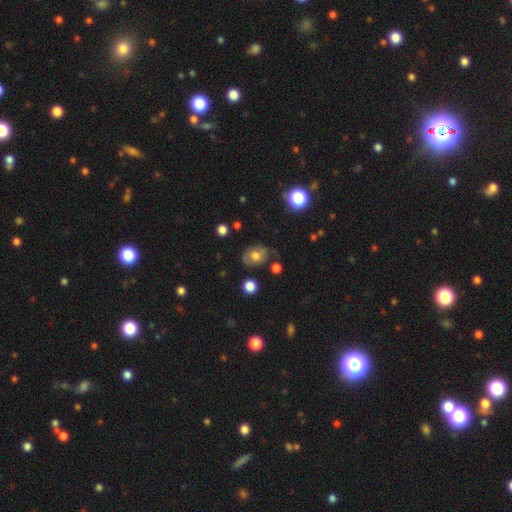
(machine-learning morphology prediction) Q: Smooth or featured?
A: smooth (60%); runner-up: featured or disk (30%)
Q: How rounded?
A: in between (63%); runner-up: round (35%)
Q: Merging?
A: none (67%); runner-up: minor disturbance (22%)